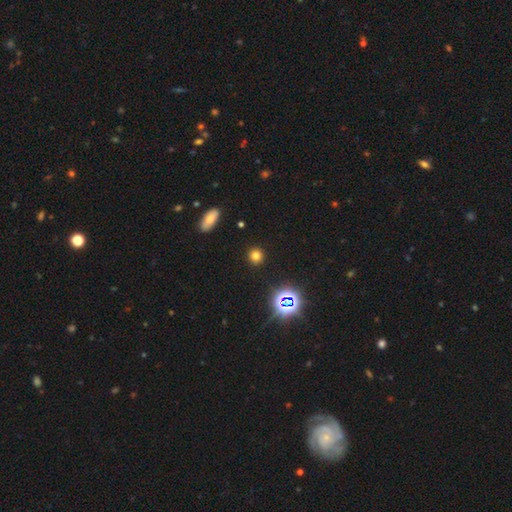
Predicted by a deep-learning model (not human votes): A smooth galaxy with no disk features (75%) that is round (90%).

Vote fractions:
- Smooth or featured? smooth: 75% / star or artifact: 19% / featured or disk: 5%
- How rounded? round: 90% / in between: 9% / cigar-shaped: 1%
- Merging? none: 91% / minor disturbance: 6% / major disturbance: 2% / merger: 1%